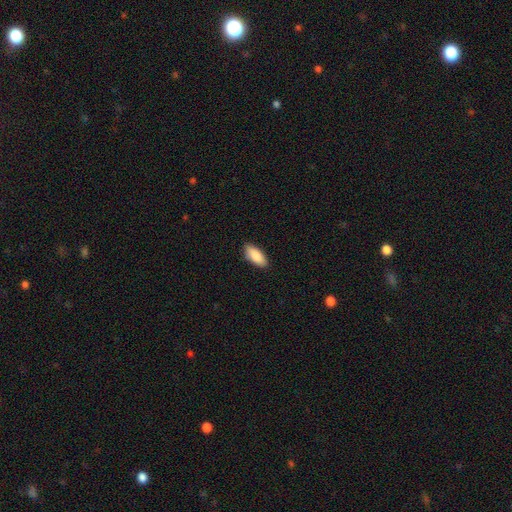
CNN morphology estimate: smooth 87%, featured or disk 7%, star or artifact 6%. Down the decision tree: how rounded — in between (85%); merging — none (87%).